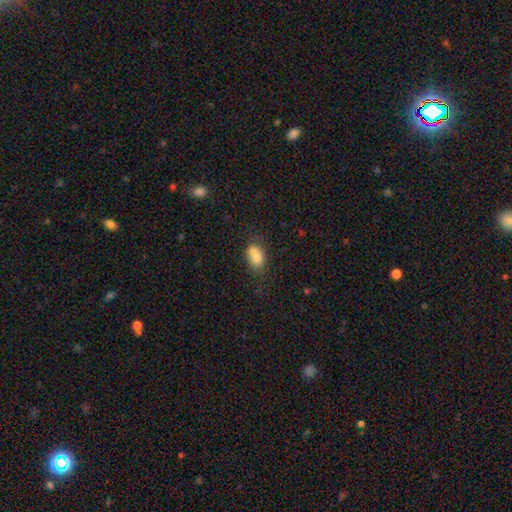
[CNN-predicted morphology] smooth-or-featured: smooth: 73% | featured or disk: 17% | star or artifact: 11%
  how-rounded: in between: 70% | round: 28% | cigar-shaped: 2%
  merging: merger: 47% | none: 34% | minor disturbance: 14% | major disturbance: 5%